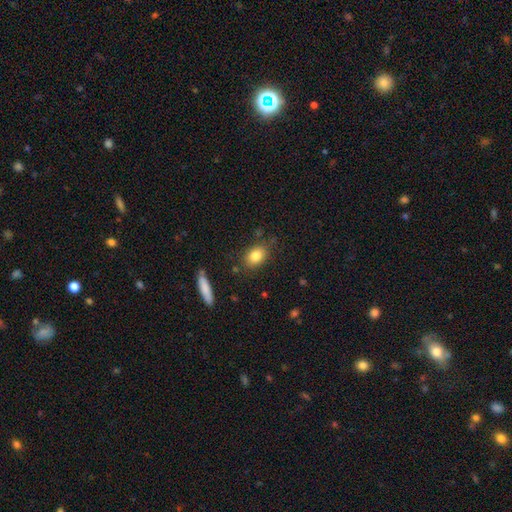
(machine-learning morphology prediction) smooth-or-featured: smooth: 82% | featured or disk: 9% | star or artifact: 9%
  how-rounded: in between: 77% | round: 20% | cigar-shaped: 3%
  merging: none: 80% | minor disturbance: 13% | major disturbance: 3% | merger: 3%